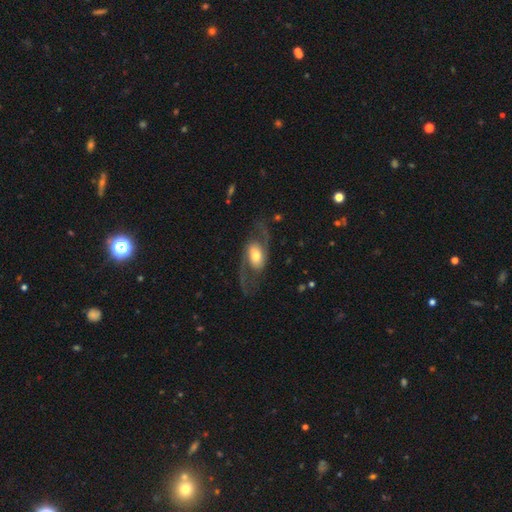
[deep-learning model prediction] The model was most divided on "bar": no: 48%, weak: 35%, strong: 17%. More confident: edge-on disk — no (94%); spiral arm count — 2 (92%); spiral arms — yes (92%); smooth or featured — featured or disk (81%); merging — none (70%); bulge size — moderate (58%); spiral winding — loose (54%).